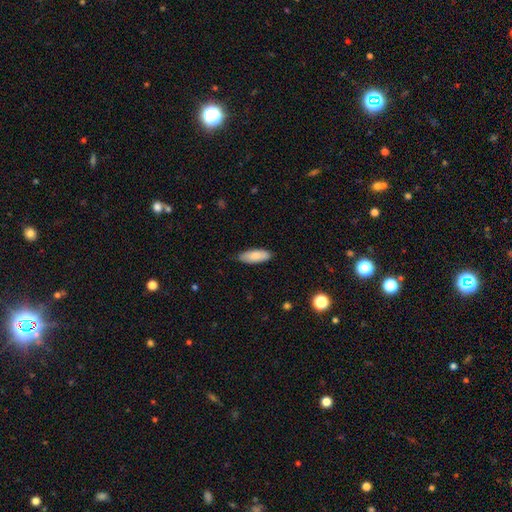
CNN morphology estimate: Smooth or featured?
  - smooth: 84% *
  - featured or disk: 10%
  - star or artifact: 6%
How rounded?
  - in between: 73% *
  - cigar-shaped: 26%
  - round: 2%
Merging?
  - none: 83% *
  - minor disturbance: 14%
  - major disturbance: 2%
  - merger: 1%